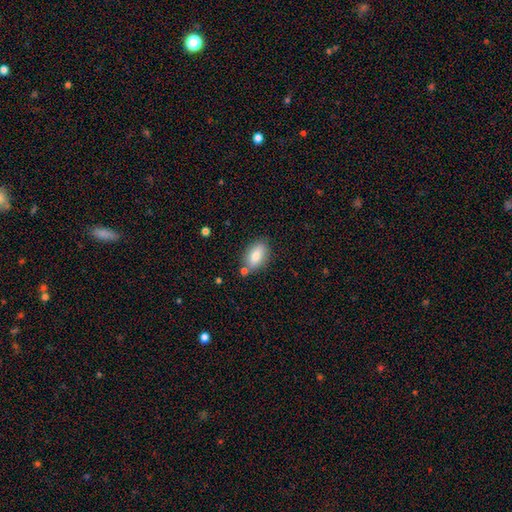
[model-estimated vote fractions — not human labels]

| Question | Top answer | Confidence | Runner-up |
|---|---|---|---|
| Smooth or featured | smooth | 79% | featured or disk (14%) |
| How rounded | in between | 88% | round (6%) |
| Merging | none | 74% | minor disturbance (14%) |